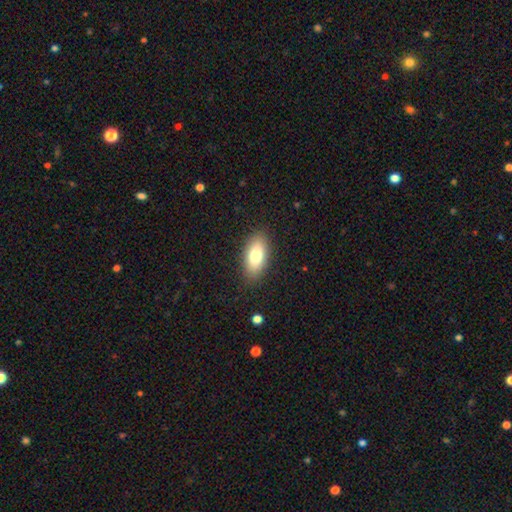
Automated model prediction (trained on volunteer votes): The model was most divided on "smooth or featured": smooth: 79%, featured or disk: 14%, star or artifact: 7%. More confident: how rounded — in between (88%); merging — none (87%).